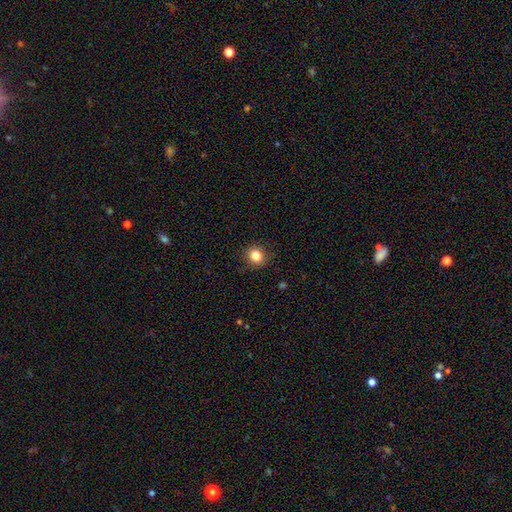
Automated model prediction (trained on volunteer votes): The model was most divided on "how rounded": round: 82%, in between: 17%, cigar-shaped: 1%. More confident: merging — none (87%); smooth or featured — smooth (84%).